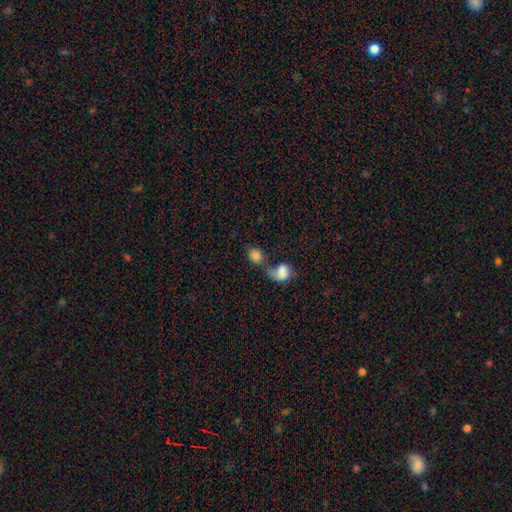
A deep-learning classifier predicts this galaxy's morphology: Smooth or featured? smooth (82%)
How rounded? in between (50%)
Merging? merger (54%)